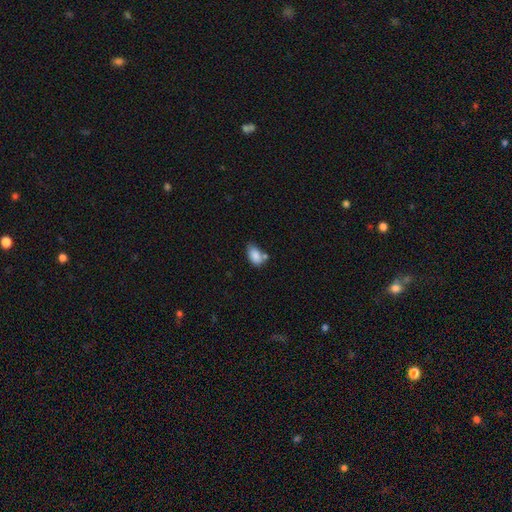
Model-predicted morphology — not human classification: type=smooth (84%); roundness=in between (89%); merging=none (43%).